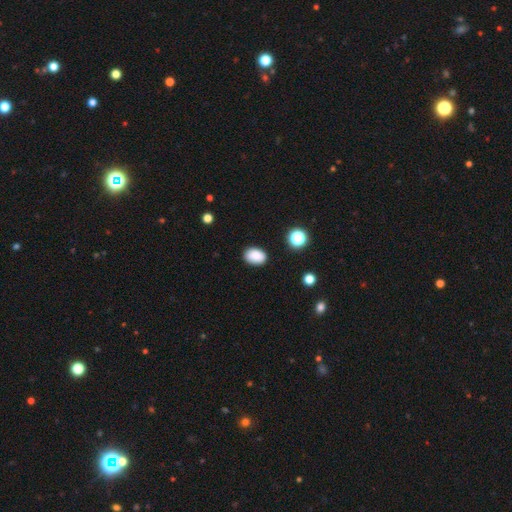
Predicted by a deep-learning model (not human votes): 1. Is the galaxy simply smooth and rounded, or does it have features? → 87% smooth, 9% star or artifact, 4% featured or disk.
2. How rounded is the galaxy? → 80% in between, 19% round, 1% cigar-shaped.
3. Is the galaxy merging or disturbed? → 86% none, 10% minor disturbance, 2% major disturbance, 1% merger.